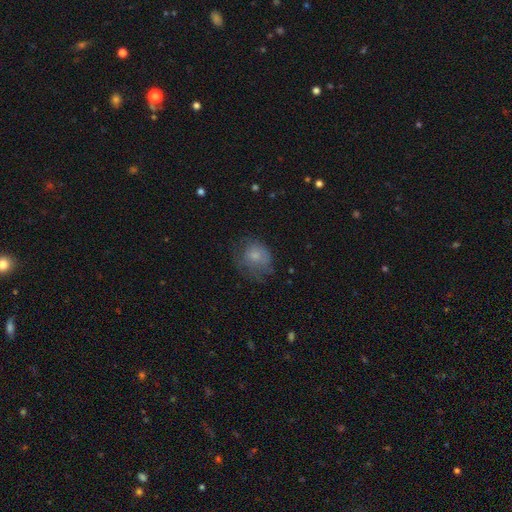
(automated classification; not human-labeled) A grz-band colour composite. It shows a smooth galaxy with no disk features (68%) that is round (66%). Merging: none (48%).